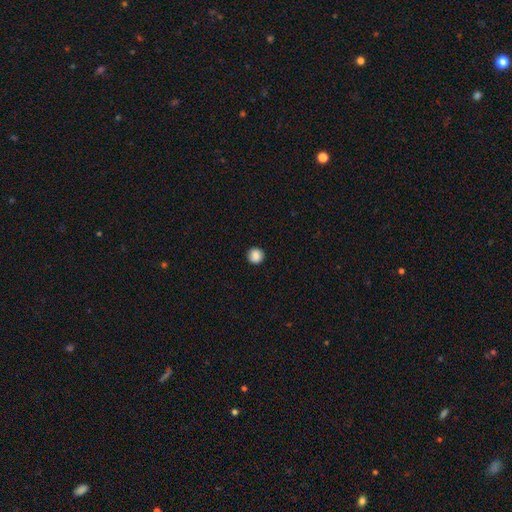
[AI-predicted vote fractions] This is clearly a smooth galaxy (88%). How rounded: clearly round (95%). Merging: clearly none (92%).